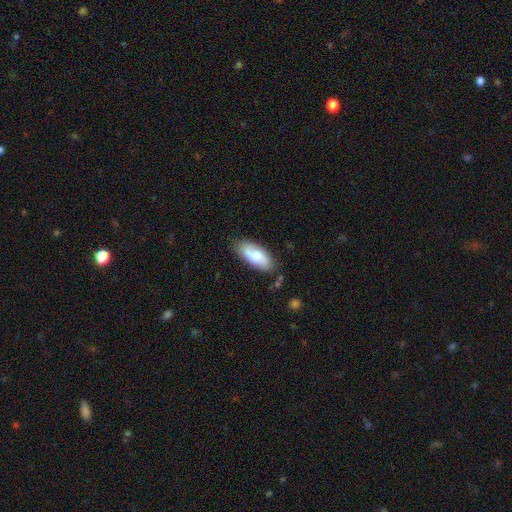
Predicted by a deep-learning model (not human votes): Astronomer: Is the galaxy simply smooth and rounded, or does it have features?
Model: smooth — 67%.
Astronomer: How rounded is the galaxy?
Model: in between — 86%.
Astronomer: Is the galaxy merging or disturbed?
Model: none — 74%.